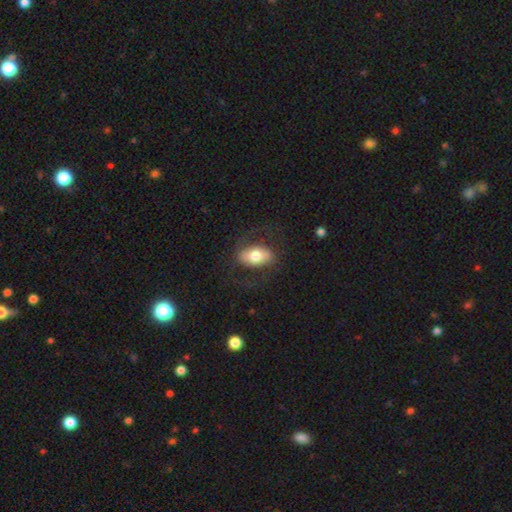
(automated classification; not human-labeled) Overall: smooth (56%; featured or disk 38%). How rounded: in between (91%). Merging: none (71%).